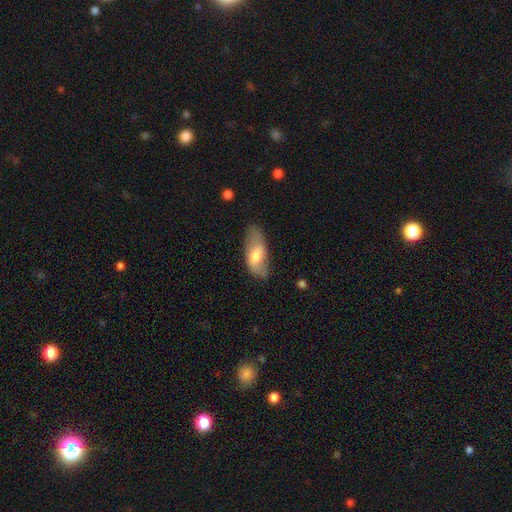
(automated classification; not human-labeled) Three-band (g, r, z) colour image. It shows a smooth galaxy with no disk features (60%) that is in between round and cigar-shaped (84%). Merging: none (65%).